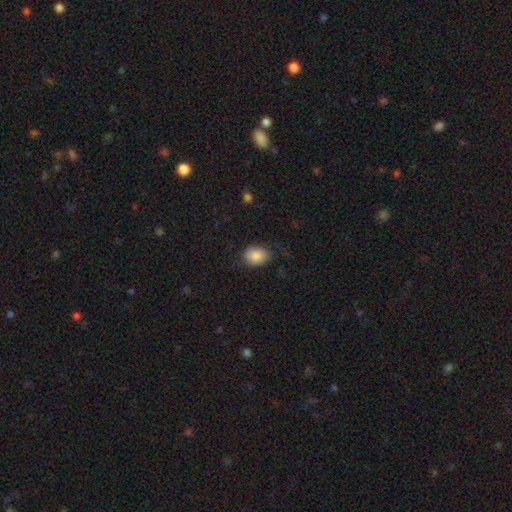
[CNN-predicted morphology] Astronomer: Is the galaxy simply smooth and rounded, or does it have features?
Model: smooth — 83%.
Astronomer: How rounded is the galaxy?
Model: in between — 70%.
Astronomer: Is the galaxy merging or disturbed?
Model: none — 70%.